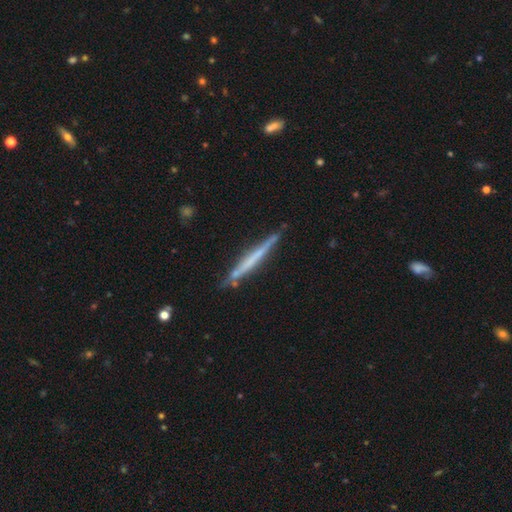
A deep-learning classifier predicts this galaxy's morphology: type=featured or disk (53%); edge-on=yes (97%); edge-on bulge=none (85%); merging=none (83%).